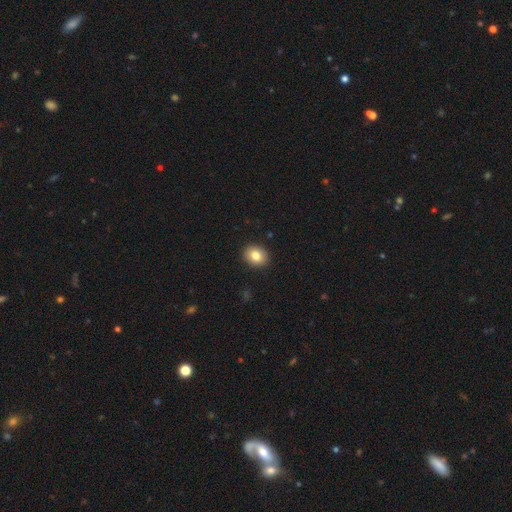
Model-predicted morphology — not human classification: A smooth galaxy with no disk features (83%) that is round (54%).

Vote fractions:
- Smooth or featured? smooth: 83% / star or artifact: 9% / featured or disk: 8%
- How rounded? round: 54% / in between: 45% / cigar-shaped: 1%
- Merging? none: 91% / minor disturbance: 7% / major disturbance: 2% / merger: 1%